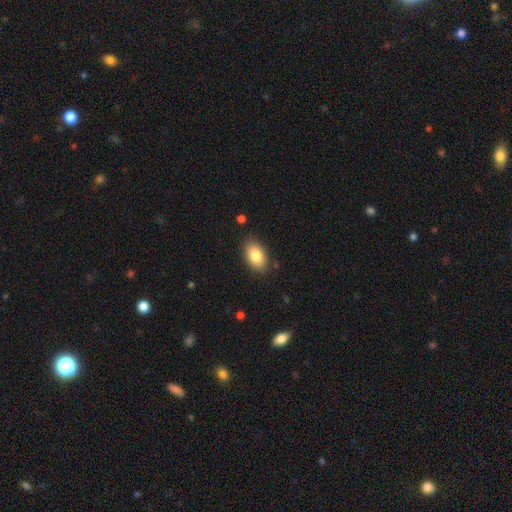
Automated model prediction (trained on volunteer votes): Smooth or featured? Predicted: smooth (p=0.83). How rounded? Predicted: in between (p=0.92). Merging? Predicted: none (p=0.86).